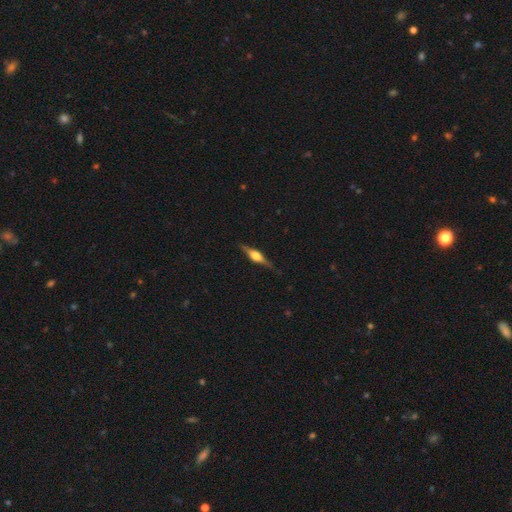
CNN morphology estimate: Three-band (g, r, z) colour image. It shows a featured or disk galaxy (77%) viewed edge-on (97%) with a rounded central bulge (89%). Merging: none (86%).